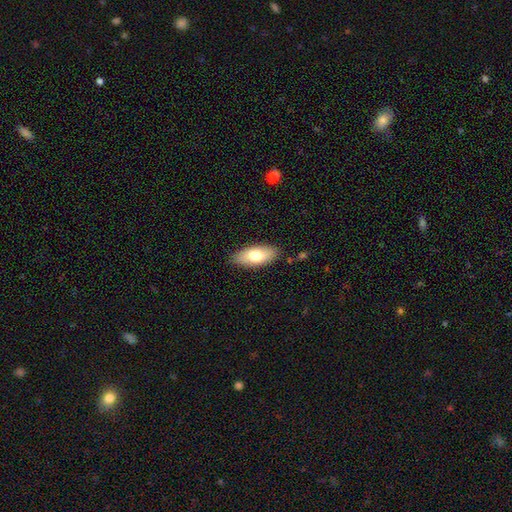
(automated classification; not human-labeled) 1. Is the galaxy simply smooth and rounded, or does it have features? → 74% smooth, 20% featured or disk, 6% star or artifact.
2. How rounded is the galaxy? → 85% in between, 12% cigar-shaped, 2% round.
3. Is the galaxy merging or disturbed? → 86% none, 10% minor disturbance, 2% major disturbance, 1% merger.